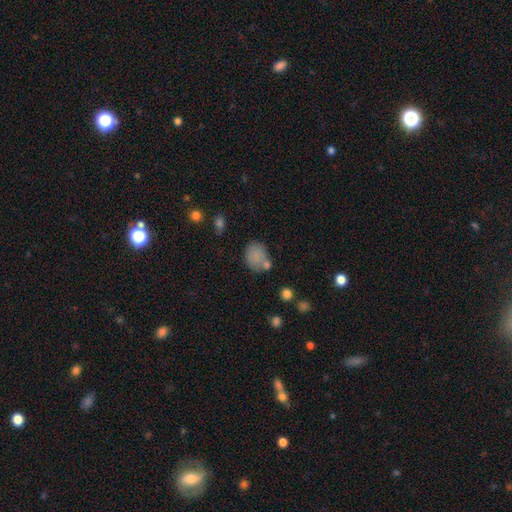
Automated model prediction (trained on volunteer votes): A smooth galaxy with no disk features (81%) that is round (57%). Merging: none (58%).